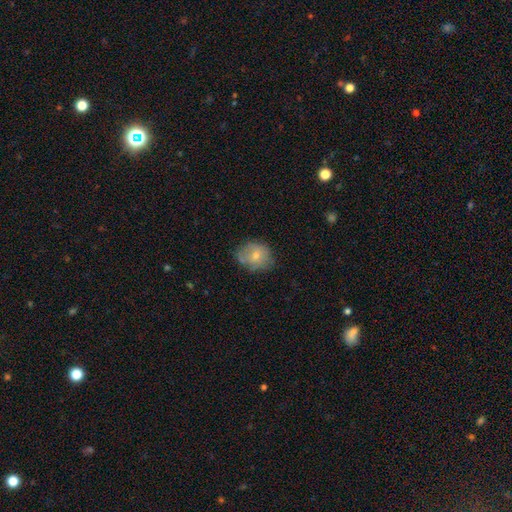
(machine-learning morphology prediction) Q: Smooth or featured?
A: smooth (70%); runner-up: featured or disk (22%)
Q: How rounded?
A: round (61%); runner-up: in between (38%)
Q: Merging?
A: none (63%); runner-up: minor disturbance (27%)